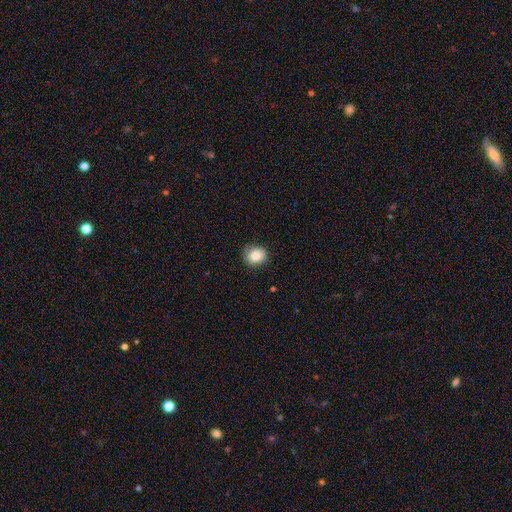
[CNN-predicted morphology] Smooth or featured? smooth (84%)
How rounded? round (71%)
Merging? none (79%)